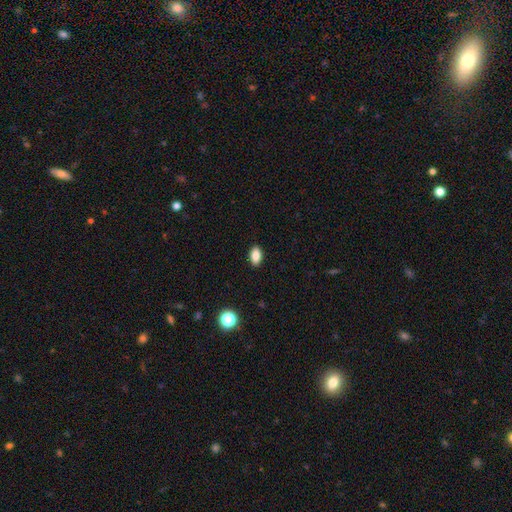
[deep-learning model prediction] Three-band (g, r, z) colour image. It shows a smooth galaxy with no disk features (86%) that is in between round and cigar-shaped (90%). Merging: none (90%).